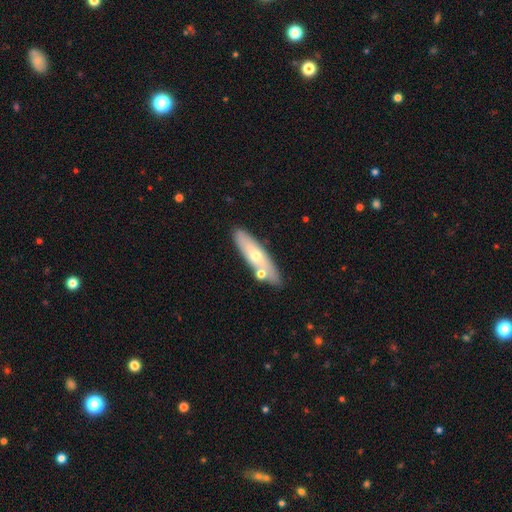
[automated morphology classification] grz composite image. It shows a smooth galaxy with no disk features (48%). Merging: none (76%).